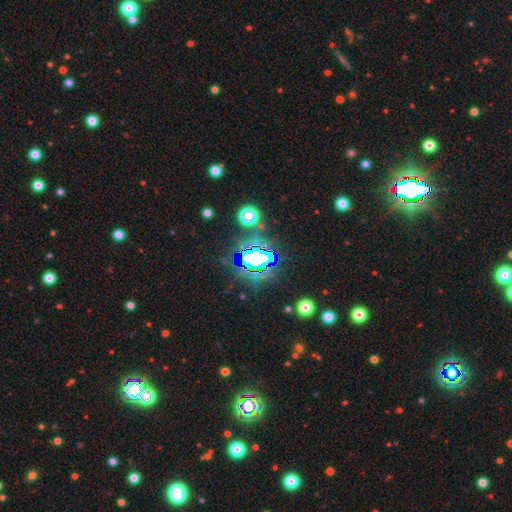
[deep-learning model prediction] Q: Smooth or featured?
A: star or artifact (70%); runner-up: smooth (17%)